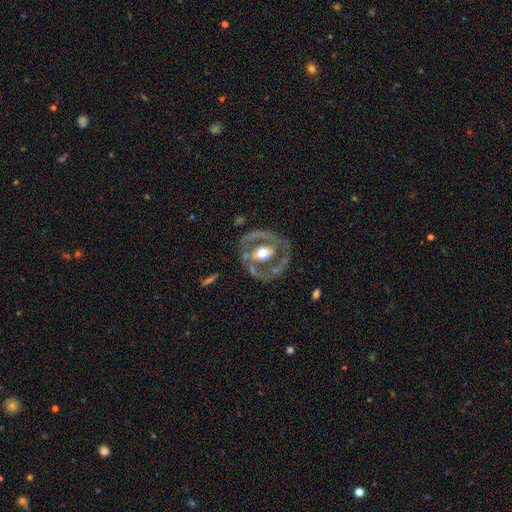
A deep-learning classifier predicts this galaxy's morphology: This appears to be a featured or disk galaxy (76%) with no bar (54%), no spiral arms (62%) and a moderate central bulge (70%). Merging: none (73%).